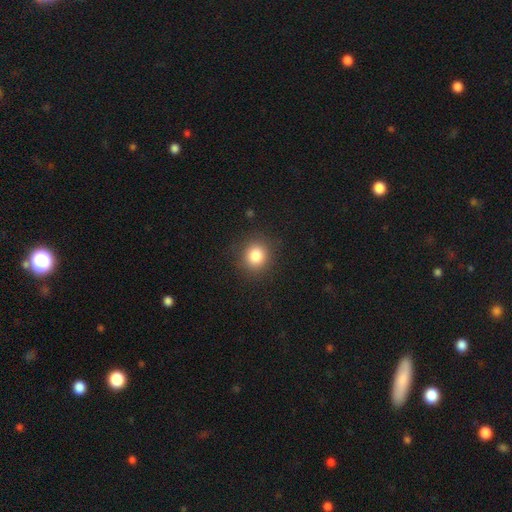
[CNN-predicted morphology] Smooth or featured?
  - smooth: 83% *
  - star or artifact: 11%
  - featured or disk: 6%
How rounded?
  - round: 85% *
  - in between: 15%
  - cigar-shaped: 1%
Merging?
  - none: 88% *
  - minor disturbance: 8%
  - major disturbance: 3%
  - merger: 1%